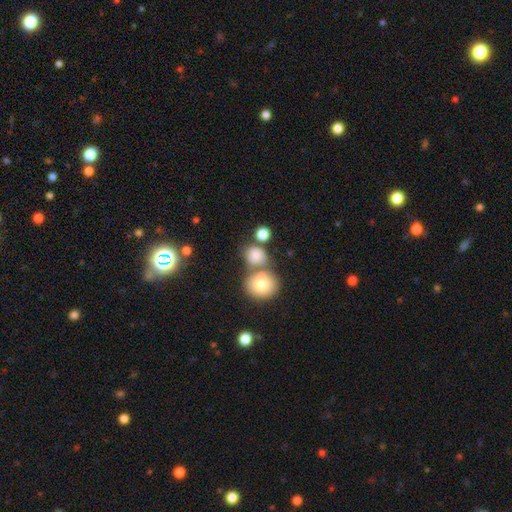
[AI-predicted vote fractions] The model was most divided on "merging": none: 49%, merger: 35%, minor disturbance: 11%, major disturbance: 5%. More confident: smooth or featured — smooth (77%); how rounded — round (74%).